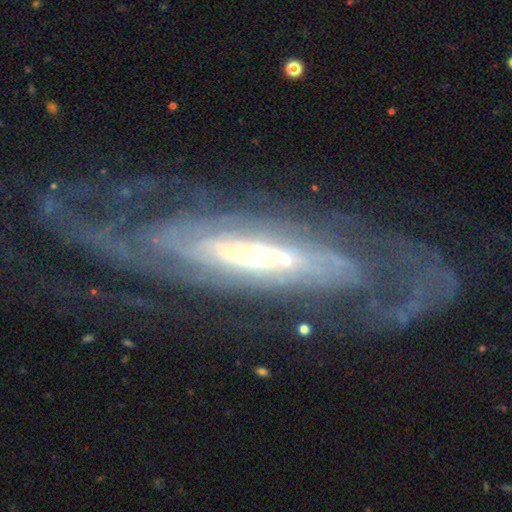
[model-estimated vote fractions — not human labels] featured or disk 83%, smooth 10%, star or artifact 7%. Down the decision tree: edge-on disk — no (68%); bar — no (51%); spiral arms — yes (83%); bulge size — small (45%); merging — none (55%).